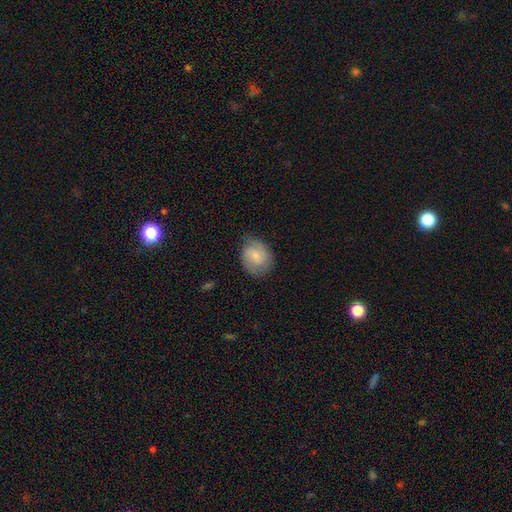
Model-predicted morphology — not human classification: type=smooth (61%); roundness=round (58%); merging=none (74%).